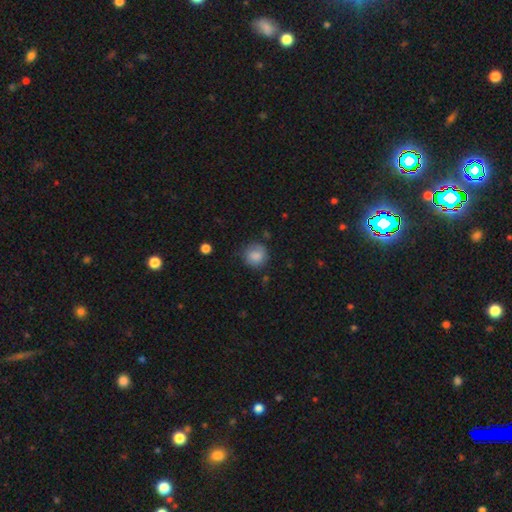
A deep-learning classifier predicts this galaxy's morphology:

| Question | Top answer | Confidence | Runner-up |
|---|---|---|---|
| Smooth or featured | smooth | 83% | star or artifact (9%) |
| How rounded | round | 87% | in between (12%) |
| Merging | none | 74% | minor disturbance (19%) |